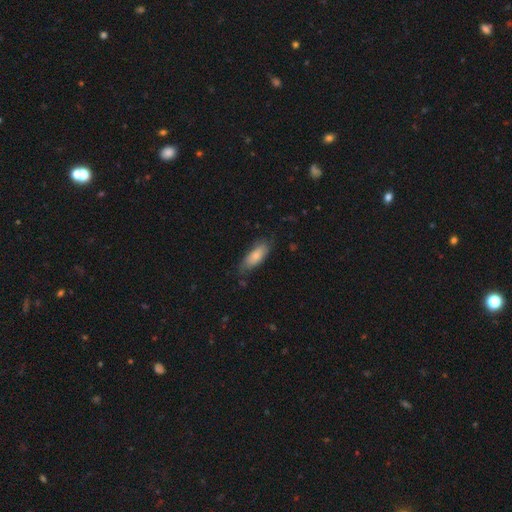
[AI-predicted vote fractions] smooth 78%, featured or disk 16%, star or artifact 6%. Down the decision tree: how rounded — in between (73%); merging — none (70%).